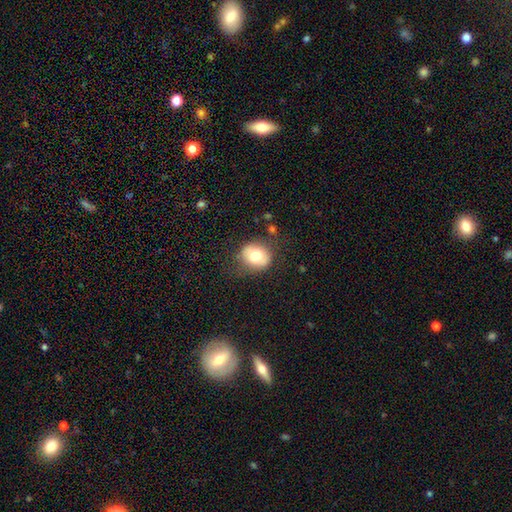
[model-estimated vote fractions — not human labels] smooth_or_featured: smooth (p=0.72) [alt: featured or disk p=0.20]
how_rounded: round (p=0.68) [alt: in between p=0.31]
merging: none (p=0.71) [alt: minor disturbance p=0.19]